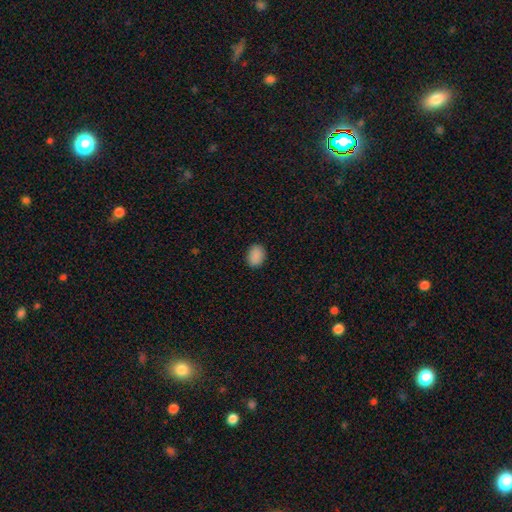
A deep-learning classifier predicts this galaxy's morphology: This appears to be a smooth galaxy with no disk features (89%) that is in between round and cigar-shaped (67%). Merging: none (88%).